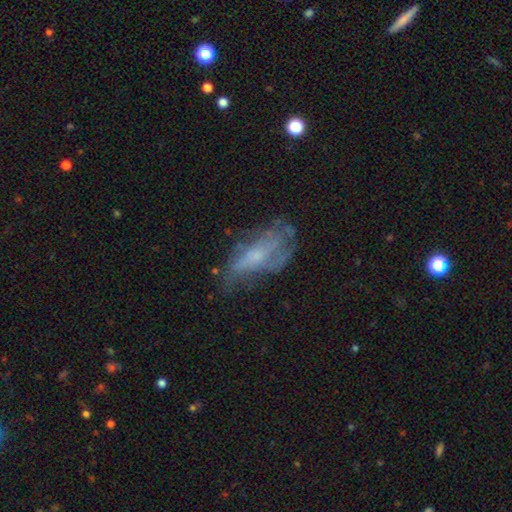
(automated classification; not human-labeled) Q: Smooth or featured?
A: featured or disk (58%); runner-up: smooth (31%)
Q: Edge-on disk?
A: no (88%); runner-up: yes (12%)
Q: Bar?
A: no (72%); runner-up: weak (23%)
Q: Spiral arms?
A: no (50%); tied with: yes (50%)
Q: Bulge size?
A: small (51%); runner-up: moderate (25%)
Q: Merging?
A: none (47%); runner-up: minor disturbance (26%)